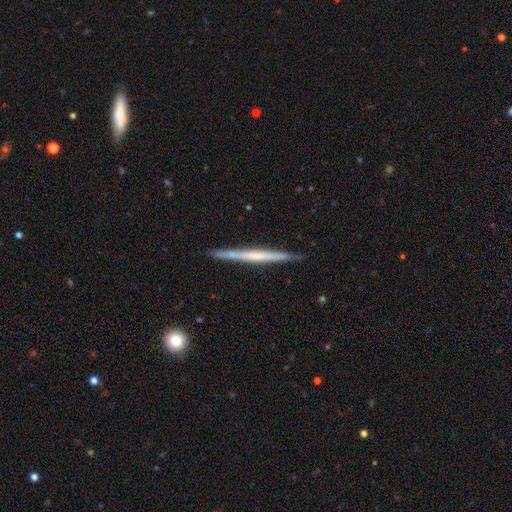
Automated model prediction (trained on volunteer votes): Smooth or featured? Predicted: featured or disk (p=0.58). Edge-on disk? Predicted: yes (p=0.98). Edge-on bulge? Predicted: none (p=0.76). Merging? Predicted: none (p=0.90).